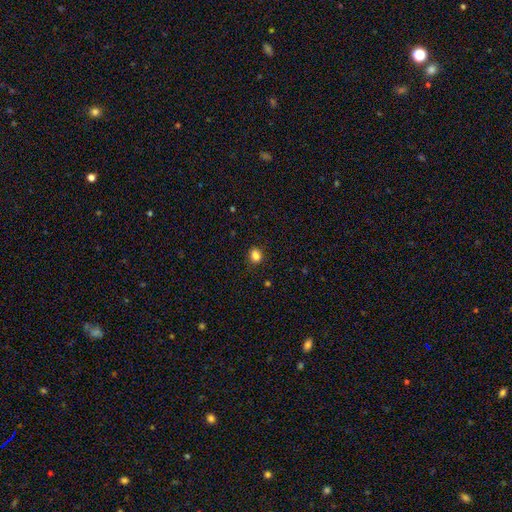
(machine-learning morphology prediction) Smooth or featured?
  - smooth: 85% *
  - star or artifact: 12%
  - featured or disk: 3%
How rounded?
  - round: 56% *
  - in between: 43%
  - cigar-shaped: 1%
Merging?
  - none: 85% *
  - minor disturbance: 11%
  - major disturbance: 3%
  - merger: 1%